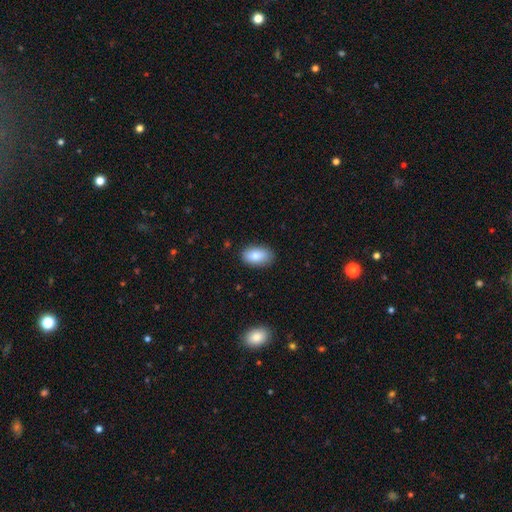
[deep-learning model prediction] smooth_or_featured: smooth (p=0.84) [alt: featured or disk p=0.09]
how_rounded: in between (p=0.92) [alt: round p=0.05]
merging: none (p=0.84) [alt: minor disturbance p=0.12]